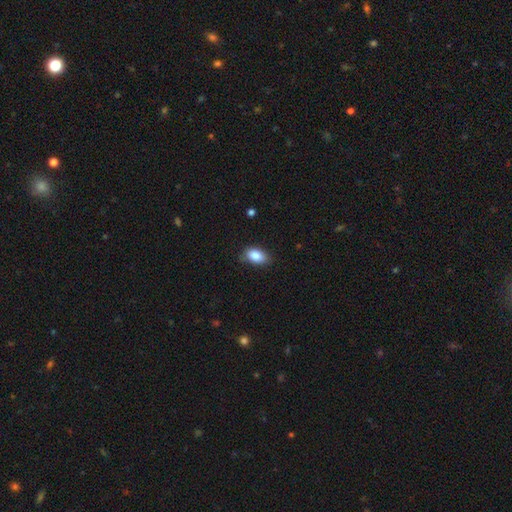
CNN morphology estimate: Smooth or featured? smooth (86%)
How rounded? in between (90%)
Merging? none (76%)